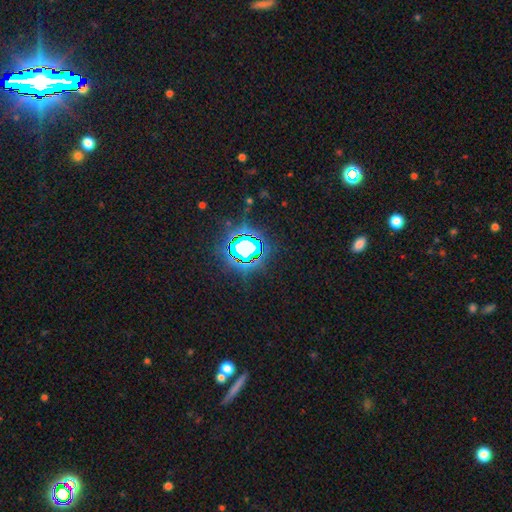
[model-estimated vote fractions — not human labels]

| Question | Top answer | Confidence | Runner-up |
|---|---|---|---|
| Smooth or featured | star or artifact | 78% | smooth (13%) |